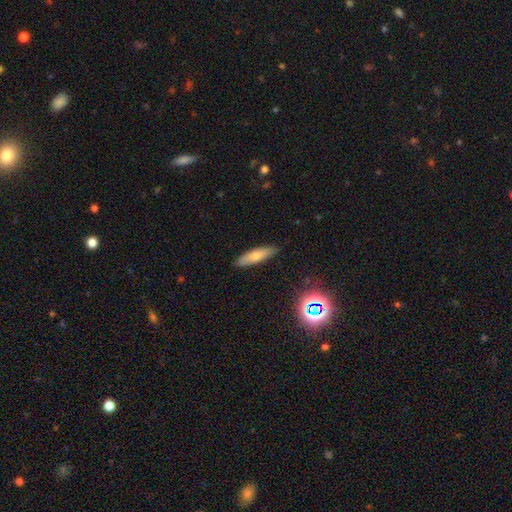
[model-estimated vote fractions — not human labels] Smooth or featured? Predicted: smooth (p=0.64). How rounded? Predicted: cigar-shaped (p=0.68). Merging? Predicted: none (p=0.88).